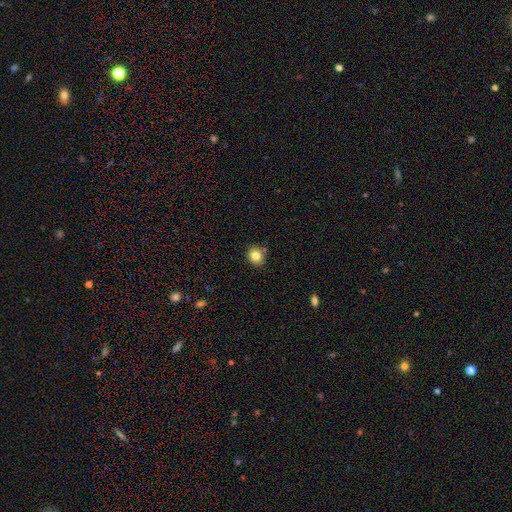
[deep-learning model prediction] A smooth galaxy with no disk features (82%) that is round (75%). Merging: none (83%).